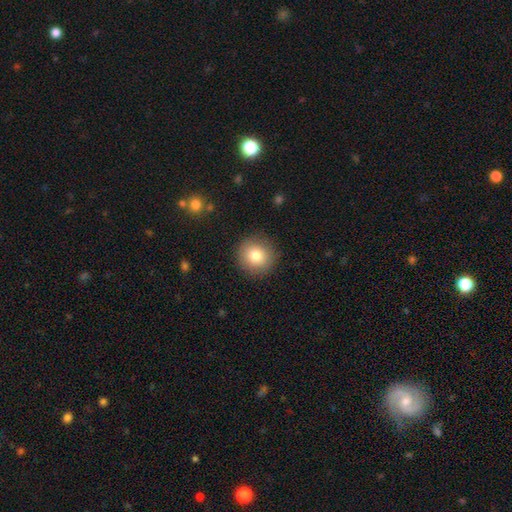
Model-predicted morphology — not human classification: Overall: smooth (80%). How rounded: round (94%). Merging: none (90%).